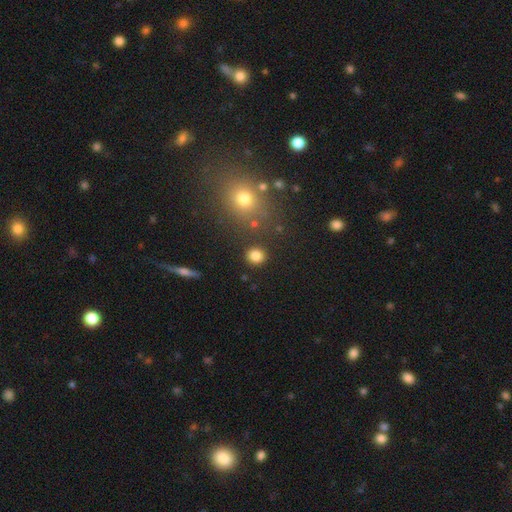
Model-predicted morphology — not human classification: smooth_or_featured: smooth (p=0.83) [alt: star or artifact p=0.12]
how_rounded: round (p=0.83) [alt: in between p=0.16]
merging: none (p=0.87) [alt: minor disturbance p=0.07]